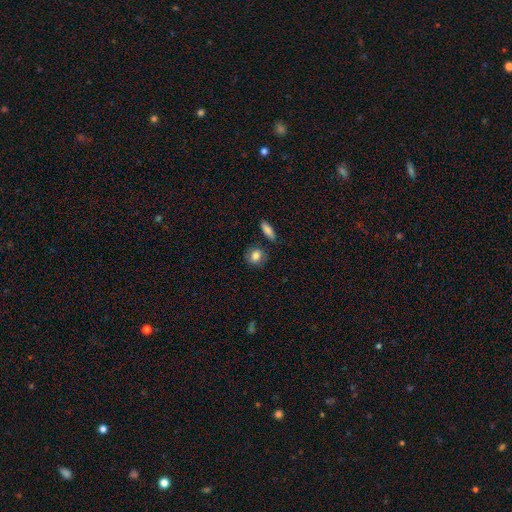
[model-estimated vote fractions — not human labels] Q: Smooth or featured?
A: smooth (83%); runner-up: featured or disk (9%)
Q: How rounded?
A: round (65%); runner-up: in between (32%)
Q: Merging?
A: none (79%); runner-up: minor disturbance (13%)